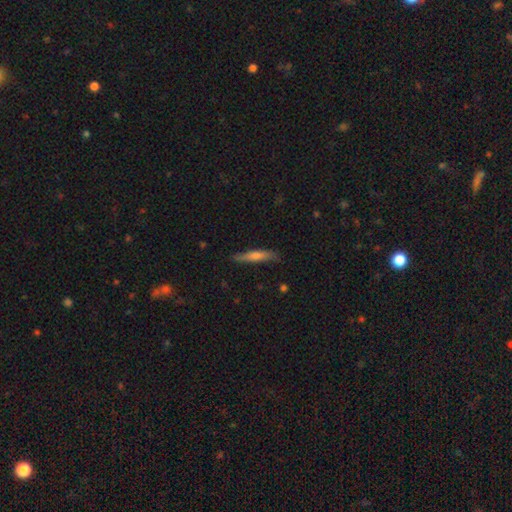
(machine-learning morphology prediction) This is possibly a smooth galaxy (55%). How rounded: clearly cigar-shaped (91%). Merging: clearly none (84%).